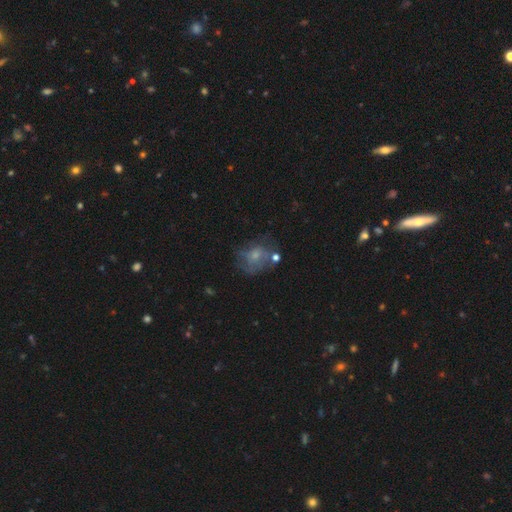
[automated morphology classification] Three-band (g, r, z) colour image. It shows a smooth galaxy with no disk features (46%). Merging: none (46%).